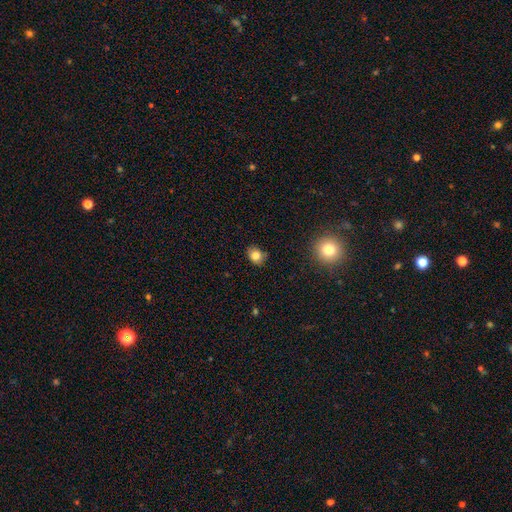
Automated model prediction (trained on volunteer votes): This appears to be a smooth galaxy with no disk features (80%) that is round (52%). Merging: none (81%).